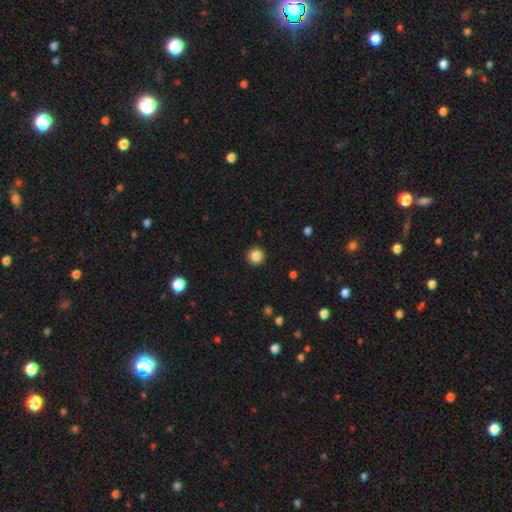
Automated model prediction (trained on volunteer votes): smooth-or-featured: smooth: 85% | star or artifact: 10% | featured or disk: 5%
  how-rounded: round: 95% | in between: 4% | cigar-shaped: 1%
  merging: none: 93% | minor disturbance: 5% | major disturbance: 2% | merger: 1%